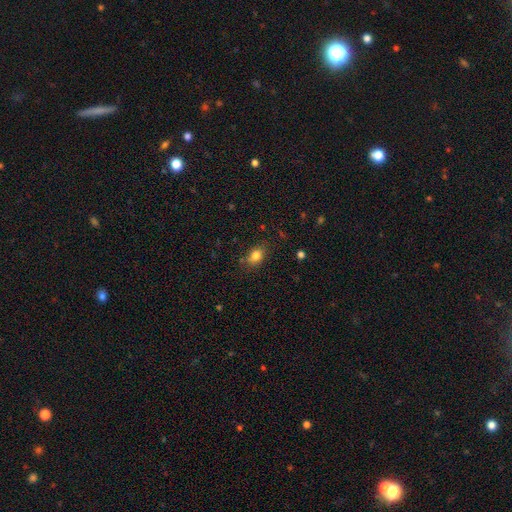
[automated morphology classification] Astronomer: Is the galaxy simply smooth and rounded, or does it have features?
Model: smooth — 82%.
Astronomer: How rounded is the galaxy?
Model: in between — 69%.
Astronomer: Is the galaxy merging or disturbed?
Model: none — 77%.